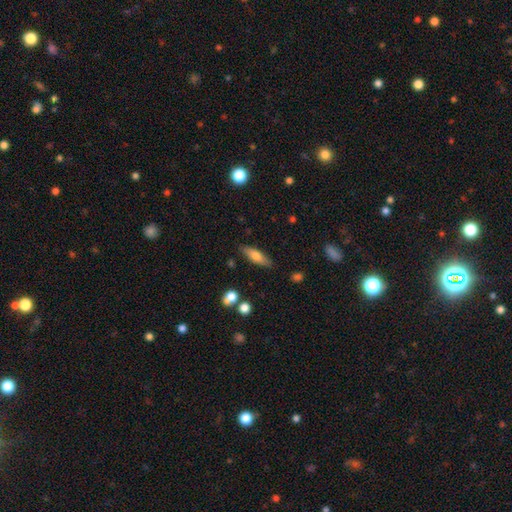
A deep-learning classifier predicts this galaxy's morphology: smooth 68%, featured or disk 25%, star or artifact 7%. Down the decision tree: how rounded — in between (51%); merging — none (83%).